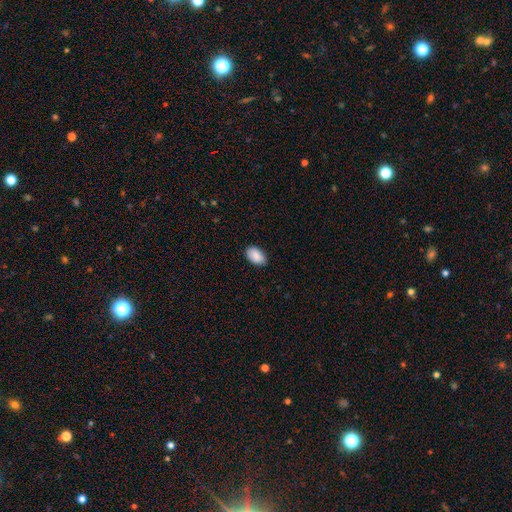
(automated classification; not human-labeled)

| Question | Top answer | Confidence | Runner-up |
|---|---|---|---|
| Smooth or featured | smooth | 88% | star or artifact (6%) |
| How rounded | in between | 93% | round (6%) |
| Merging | none | 83% | minor disturbance (14%) |